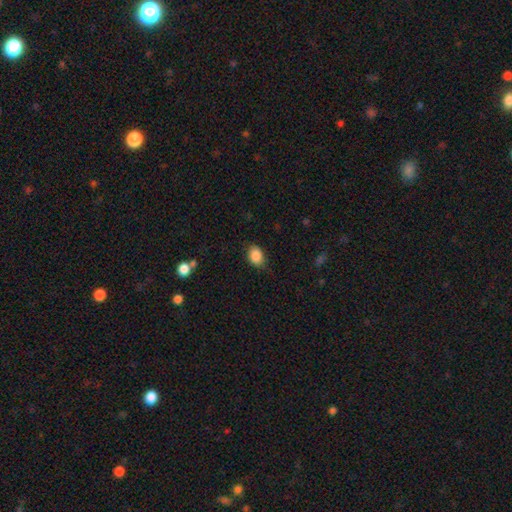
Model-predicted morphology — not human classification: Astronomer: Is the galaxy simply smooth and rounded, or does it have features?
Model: smooth — 88%.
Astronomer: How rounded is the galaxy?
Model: in between — 74%.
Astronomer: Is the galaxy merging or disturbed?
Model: none — 80%.